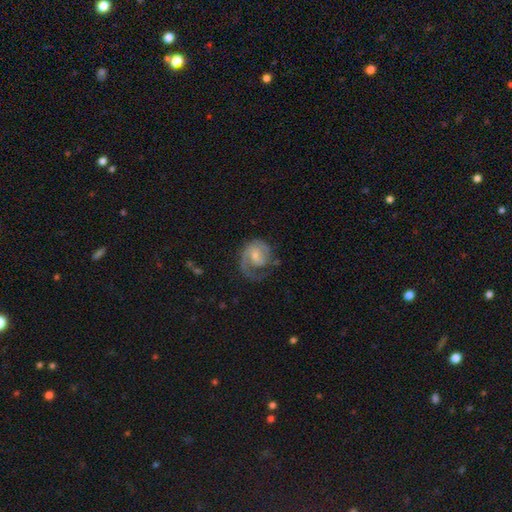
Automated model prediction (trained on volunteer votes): Morphology: type=featured or disk (75%); edge-on=no (98%); bar=no (54%); spiral arms=yes (91%); winding=medium (43%); arm count=1 (59%); bulge=small (59%); merging=none (48%).